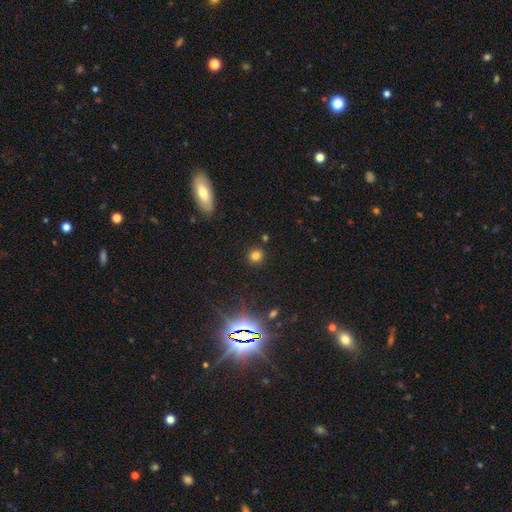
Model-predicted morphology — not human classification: Smooth or featured?
  - smooth: 75% *
  - star or artifact: 20%
  - featured or disk: 6%
How rounded?
  - round: 86% *
  - in between: 13%
  - cigar-shaped: 1%
Merging?
  - none: 87% *
  - minor disturbance: 7%
  - merger: 4%
  - major disturbance: 2%